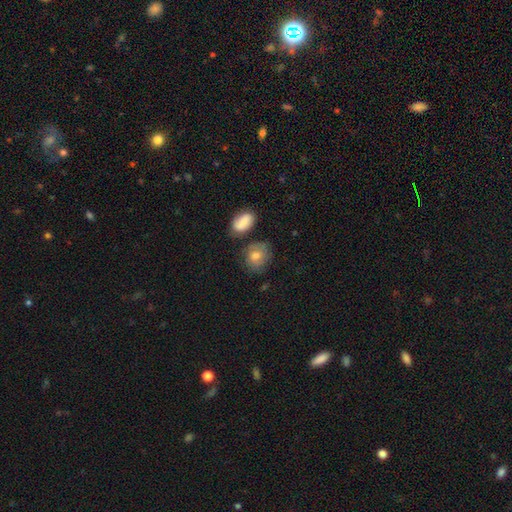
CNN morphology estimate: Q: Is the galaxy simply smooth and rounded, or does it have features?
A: smooth — 72%.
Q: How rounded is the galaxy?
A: round — 58%.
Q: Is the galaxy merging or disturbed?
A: none — 64%.